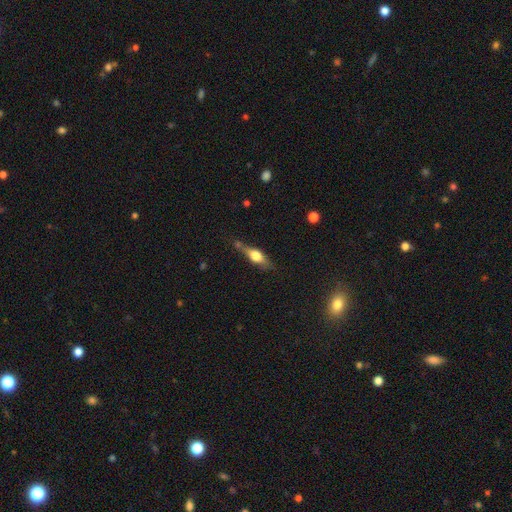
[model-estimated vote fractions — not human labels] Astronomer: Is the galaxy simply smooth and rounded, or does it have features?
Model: featured or disk — 51% (runner-up: smooth, 41%).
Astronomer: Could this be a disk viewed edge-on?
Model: yes — 90%.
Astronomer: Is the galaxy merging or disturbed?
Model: none — 62%.